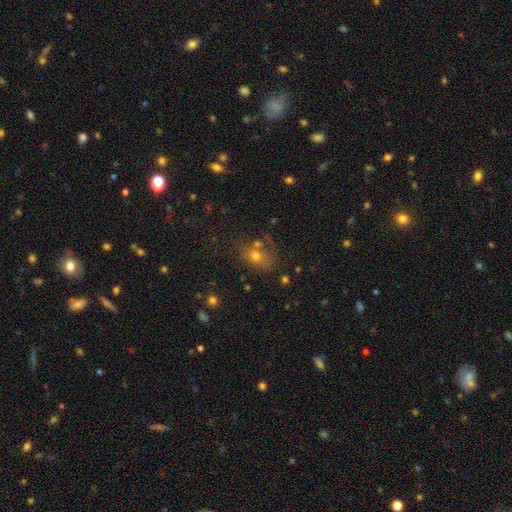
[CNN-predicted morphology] Smooth or featured? Predicted: smooth (p=0.65). How rounded? Predicted: in between (p=0.57). Merging? Predicted: none (p=0.55).